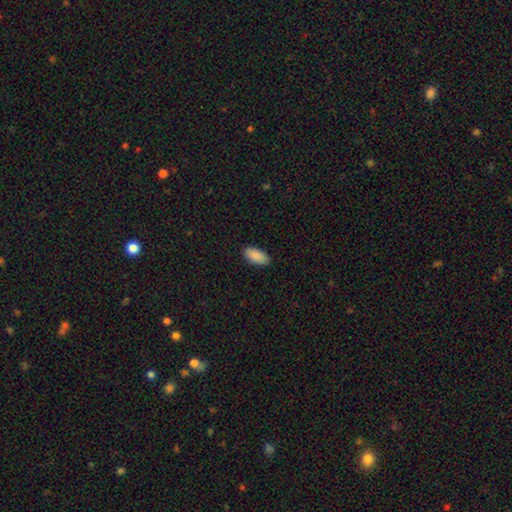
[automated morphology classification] Smooth or featured? smooth (90%)
How rounded? in between (93%)
Merging? none (88%)